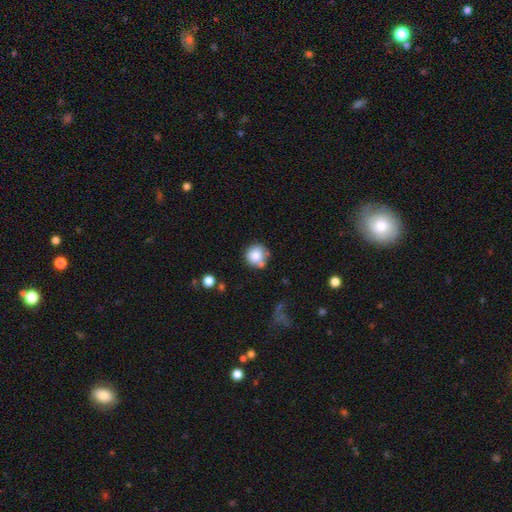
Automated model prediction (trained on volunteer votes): This appears to be a smooth galaxy with no disk features (82%) that is round (90%). Merging: none (63%).